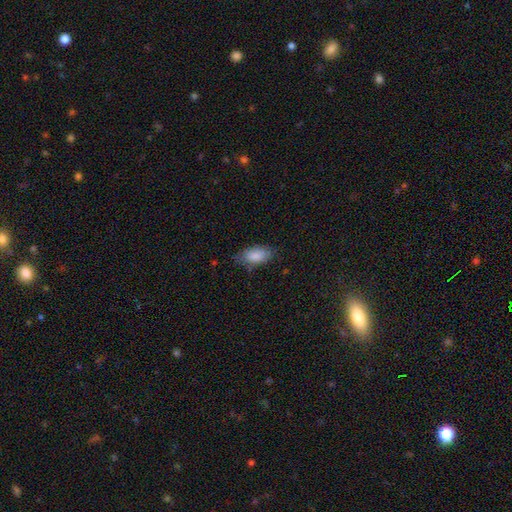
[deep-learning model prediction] Smooth or featured?
  - smooth: 86% *
  - featured or disk: 8%
  - star or artifact: 6%
How rounded?
  - in between: 92% *
  - cigar-shaped: 5%
  - round: 3%
Merging?
  - none: 69% *
  - minor disturbance: 24%
  - major disturbance: 5%
  - merger: 1%